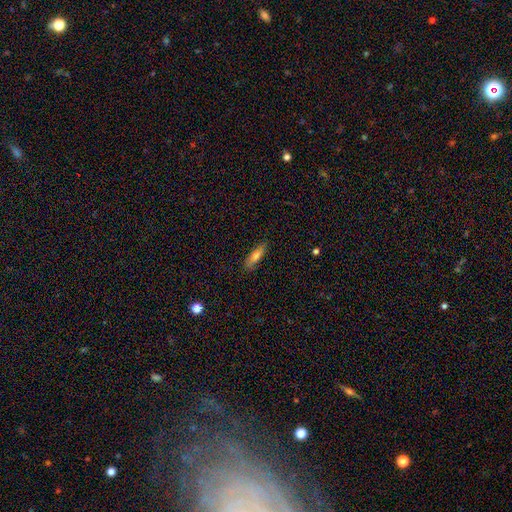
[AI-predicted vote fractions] Smooth or featured: smooth — 73% (featured or disk — 20%)
How rounded: in between — 50% (cigar-shaped — 48%)
Merging: none — 83% (minor disturbance — 13%)